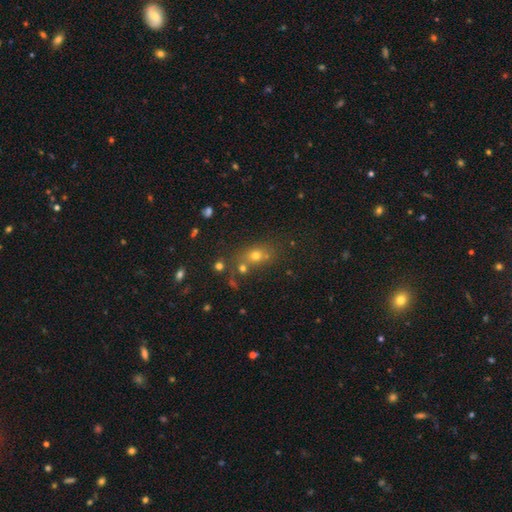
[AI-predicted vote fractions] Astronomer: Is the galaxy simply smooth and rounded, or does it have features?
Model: smooth — 61%.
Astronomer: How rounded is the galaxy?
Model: round — 59% (runner-up: in between, 38%).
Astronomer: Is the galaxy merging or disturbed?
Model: none — 59%.